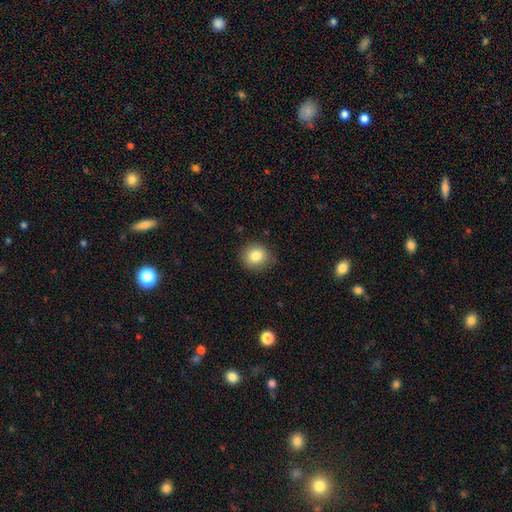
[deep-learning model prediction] Smooth or featured: smooth — 84% (star or artifact — 10%)
How rounded: round — 81% (in between — 18%)
Merging: none — 82% (minor disturbance — 14%)